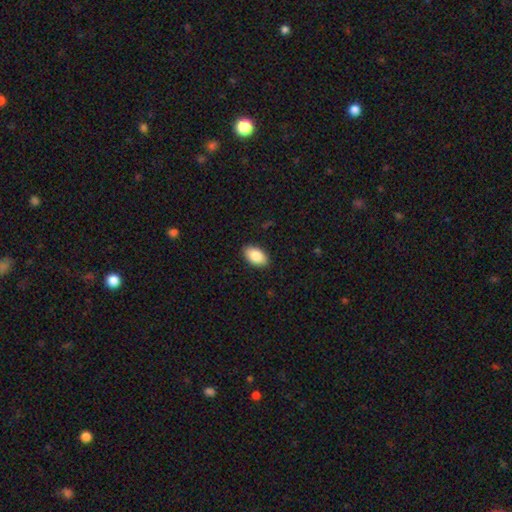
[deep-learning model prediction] Smooth or featured?
  - smooth: 85% *
  - featured or disk: 8%
  - star or artifact: 7%
How rounded?
  - in between: 94% *
  - round: 5%
  - cigar-shaped: 2%
Merging?
  - none: 90% *
  - minor disturbance: 8%
  - major disturbance: 2%
  - merger: 1%